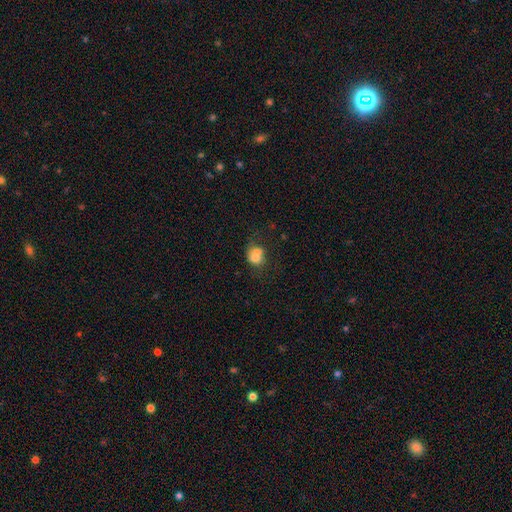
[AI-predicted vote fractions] Smooth or featured? smooth (68%)
How rounded? round (64%)
Merging? merger (57%)